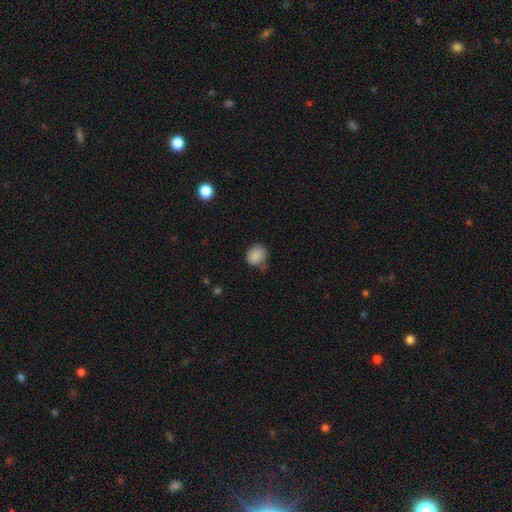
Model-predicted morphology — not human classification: Smooth or featured?
  - smooth: 87% *
  - star or artifact: 9%
  - featured or disk: 4%
How rounded?
  - round: 62% *
  - in between: 37%
  - cigar-shaped: 1%
Merging?
  - none: 59% *
  - minor disturbance: 30%
  - major disturbance: 7%
  - merger: 4%